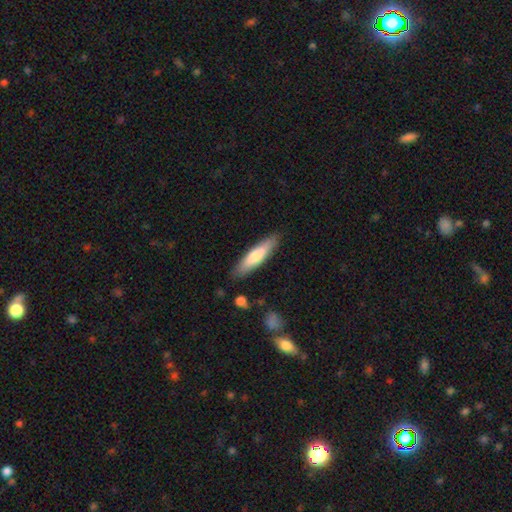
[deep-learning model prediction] Smooth or featured?
  - smooth: 68% *
  - featured or disk: 27%
  - star or artifact: 5%
How rounded?
  - cigar-shaped: 77% *
  - in between: 22%
  - round: 1%
Merging?
  - none: 86% *
  - minor disturbance: 10%
  - major disturbance: 2%
  - merger: 2%